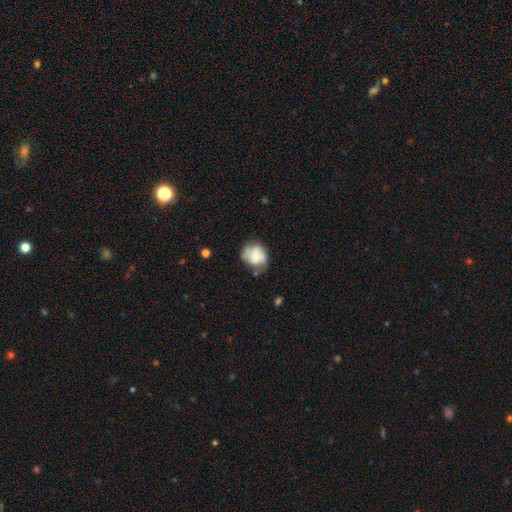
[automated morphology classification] smooth-or-featured: smooth: 54% | featured or disk: 38% | star or artifact: 8%
  how-rounded: round: 65% | in between: 34% | cigar-shaped: 1%
  merging: none: 54% | minor disturbance: 30% | major disturbance: 12% | merger: 4%